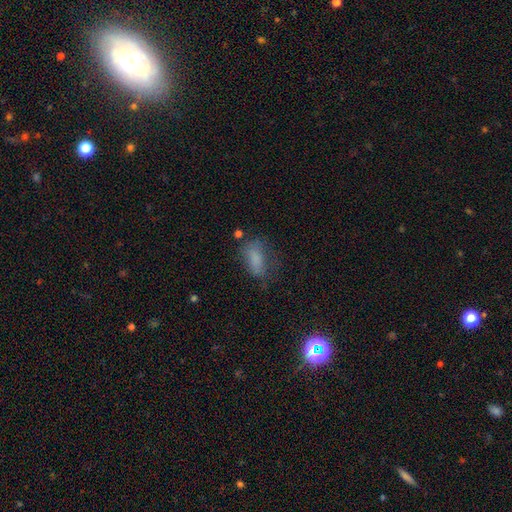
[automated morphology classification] Q: Smooth or featured?
A: smooth (73%); runner-up: star or artifact (14%)
Q: How rounded?
A: in between (84%); runner-up: cigar-shaped (9%)
Q: Merging?
A: none (51%); runner-up: minor disturbance (26%)